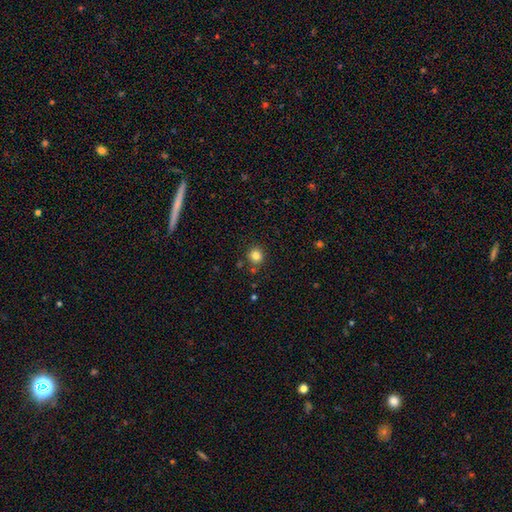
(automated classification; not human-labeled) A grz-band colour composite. It shows a smooth galaxy with no disk features (82%) that is round (91%). Merging: none (83%).